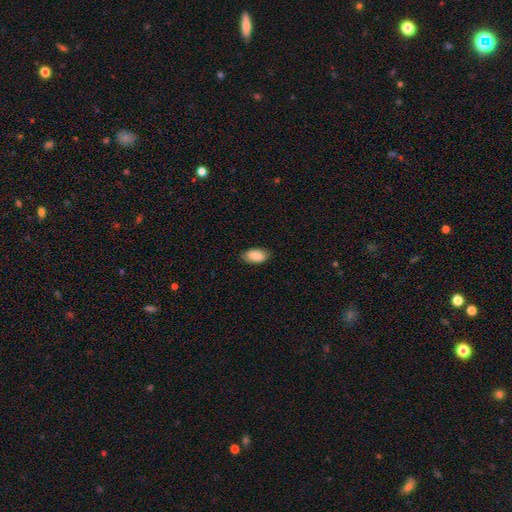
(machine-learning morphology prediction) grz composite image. It shows a smooth galaxy with no disk features (89%) that is in between round and cigar-shaped (93%). Merging: none (82%).